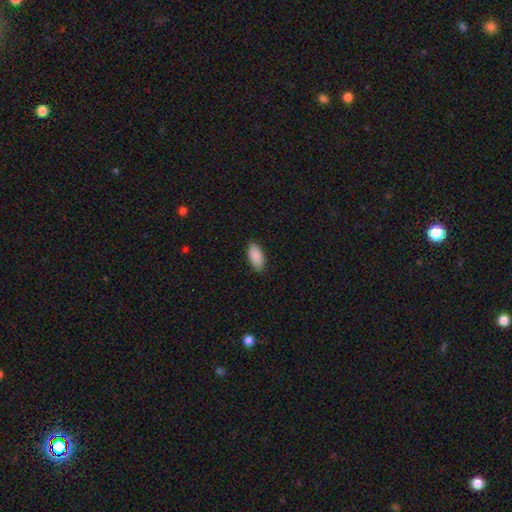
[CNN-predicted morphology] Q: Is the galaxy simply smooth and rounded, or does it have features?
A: smooth — 90%.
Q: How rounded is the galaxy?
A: in between — 92%.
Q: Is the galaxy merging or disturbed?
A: none — 87%.